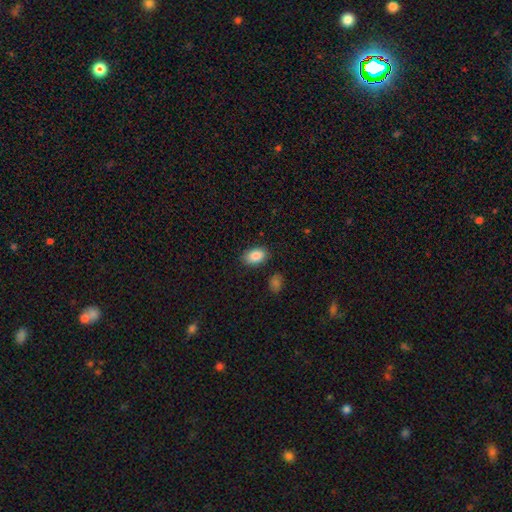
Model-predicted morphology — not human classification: Smooth or featured? smooth (87%)
How rounded? in between (90%)
Merging? none (85%)